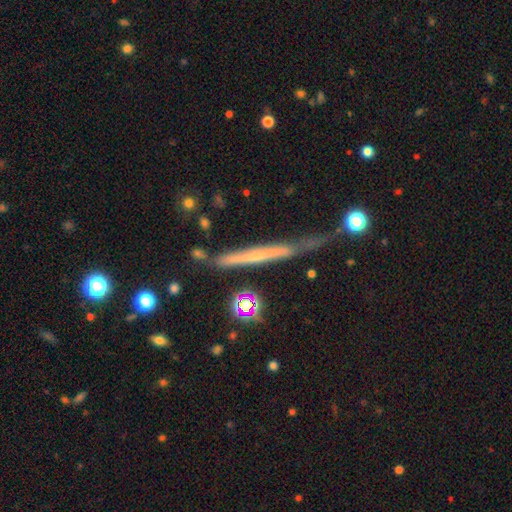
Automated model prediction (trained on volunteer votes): Smooth or featured? featured or disk (58%)
Edge-on disk? yes (92%)
Edge-on bulge? none (72%)
Merging? none (59%)